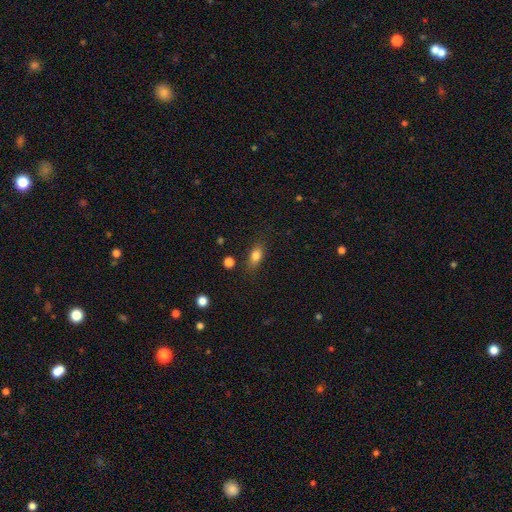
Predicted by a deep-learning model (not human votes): smooth_or_featured: smooth (p=0.81) [alt: star or artifact p=0.10]
how_rounded: in between (p=0.78) [alt: round p=0.13]
merging: none (p=0.78) [alt: minor disturbance p=0.15]